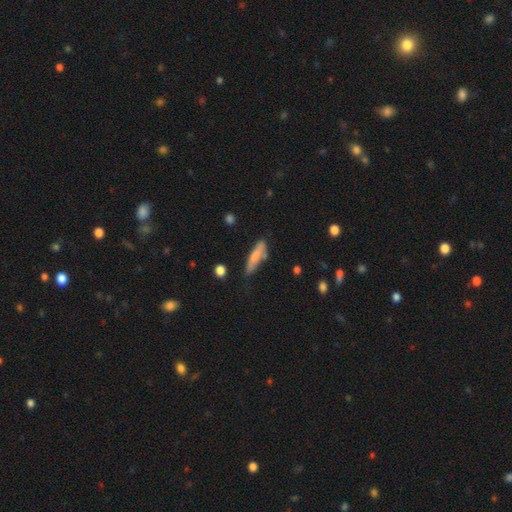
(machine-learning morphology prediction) A smooth galaxy with no disk features (68%) that is cigar-shaped (69%). Merging: none (57%).